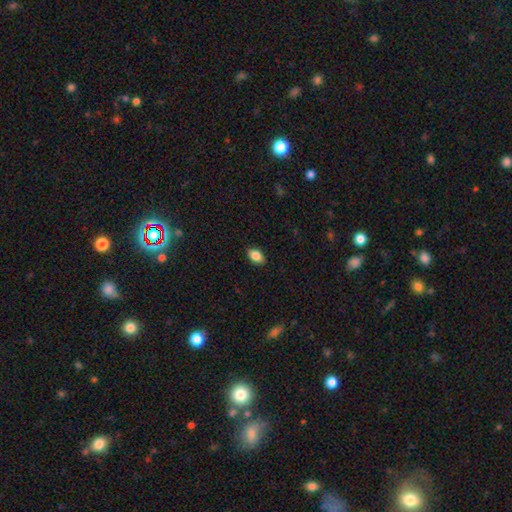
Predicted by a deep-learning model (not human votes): smooth_or_featured: smooth (p=0.87) [alt: star or artifact p=0.08]
how_rounded: in between (p=0.87) [alt: round p=0.11]
merging: none (p=0.89) [alt: minor disturbance p=0.09]